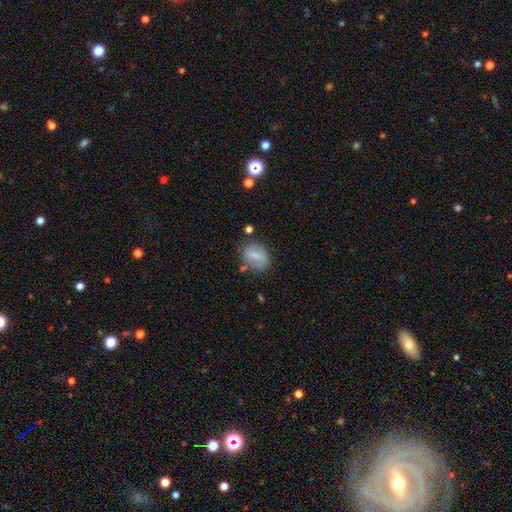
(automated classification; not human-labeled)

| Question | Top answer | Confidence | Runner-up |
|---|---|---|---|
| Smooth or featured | smooth | 57% | featured or disk (34%) |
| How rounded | in between | 65% | round (32%) |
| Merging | none | 63% | minor disturbance (21%) |